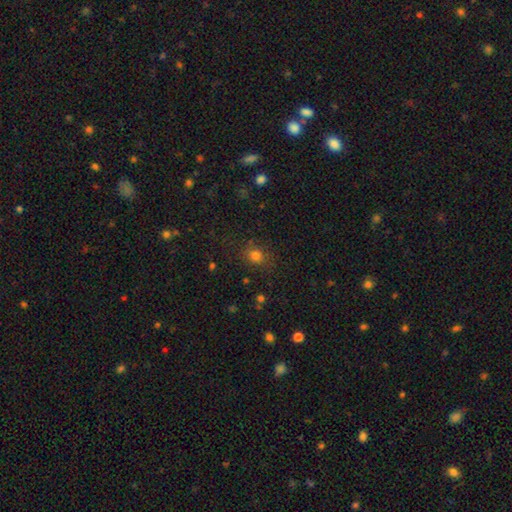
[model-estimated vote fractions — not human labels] Morphology: type=smooth (77%); roundness=round (66%); merging=none (80%).